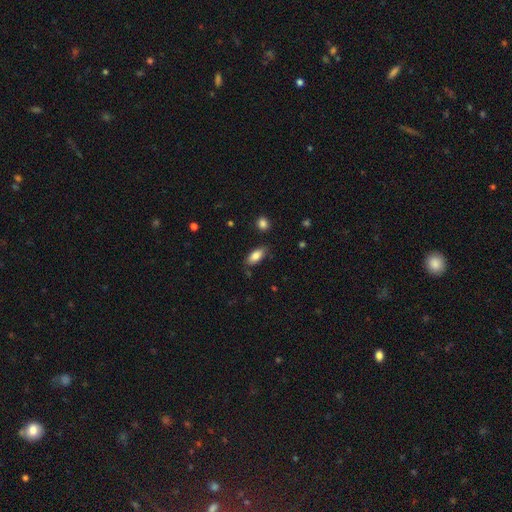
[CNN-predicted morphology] This appears to be a smooth galaxy with no disk features (83%) that is in between round and cigar-shaped (87%). Merging: none (80%).